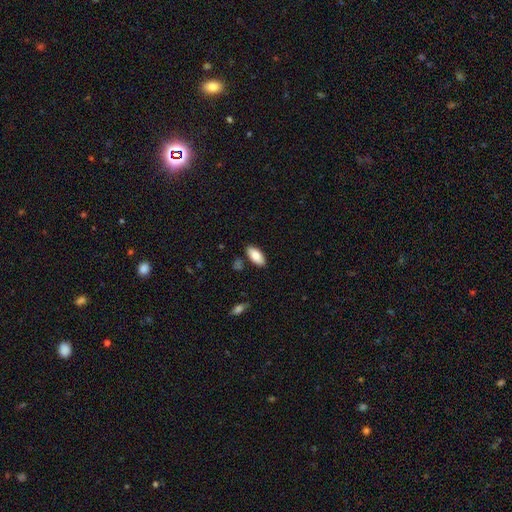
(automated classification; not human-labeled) Overall: smooth (84%). How rounded: in between (90%). Merging: none (86%).